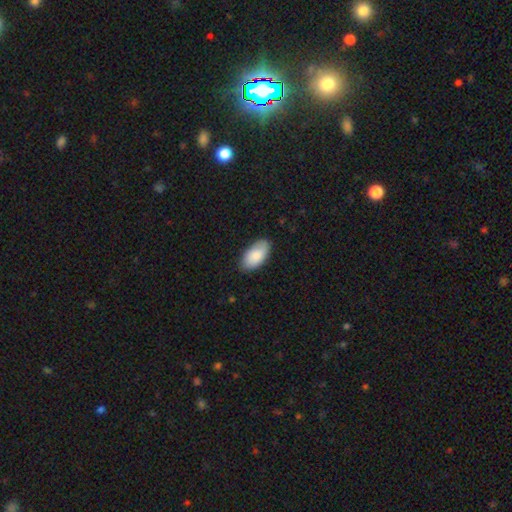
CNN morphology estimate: Q: Smooth or featured?
A: smooth (87%); runner-up: featured or disk (8%)
Q: How rounded?
A: in between (95%); runner-up: cigar-shaped (2%)
Q: Merging?
A: none (84%); runner-up: minor disturbance (13%)